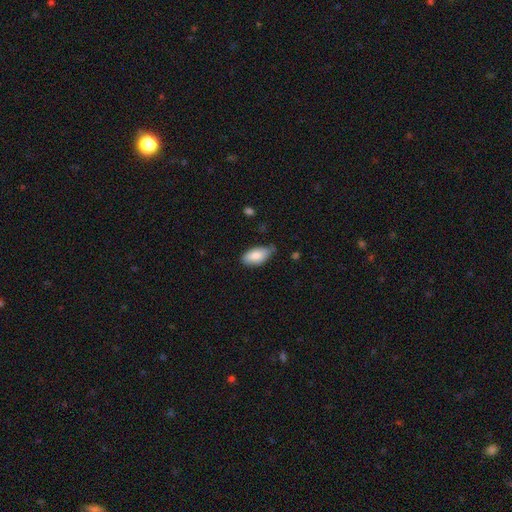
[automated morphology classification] Q: Smooth or featured?
A: smooth (82%); runner-up: featured or disk (12%)
Q: How rounded?
A: in between (93%); runner-up: cigar-shaped (4%)
Q: Merging?
A: none (58%); runner-up: minor disturbance (34%)